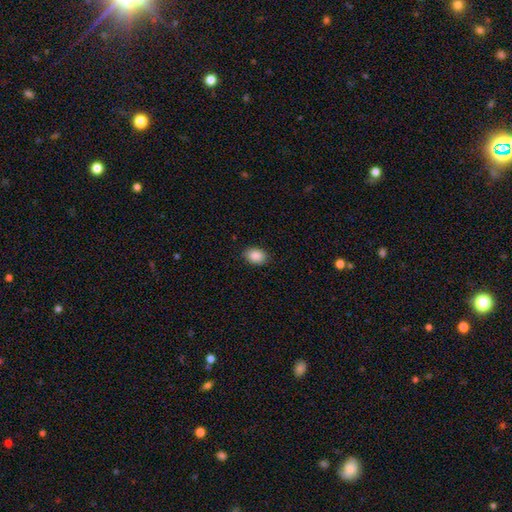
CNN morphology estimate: The model was most divided on "how rounded": in between: 81%, round: 18%, cigar-shaped: 1%. More confident: smooth or featured — smooth (89%); merging — none (88%).